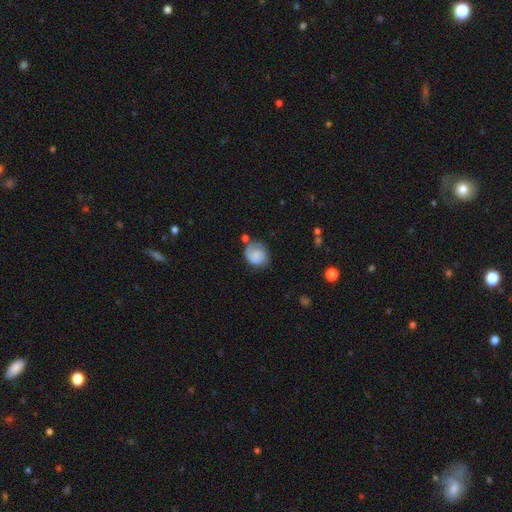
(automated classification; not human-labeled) smooth_or_featured: smooth (p=0.52) [alt: featured or disk p=0.40]
how_rounded: round (p=0.60) [alt: in between p=0.39]
merging: none (p=0.53) [alt: minor disturbance p=0.27]